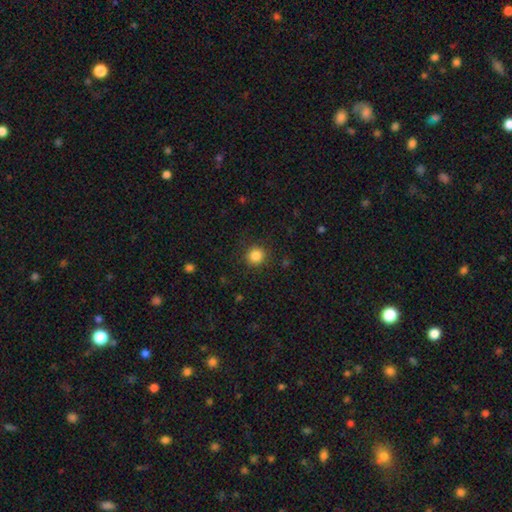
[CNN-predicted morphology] smooth_or_featured: smooth (p=0.85) [alt: star or artifact p=0.11]
how_rounded: round (p=0.92) [alt: in between p=0.07]
merging: none (p=0.89) [alt: minor disturbance p=0.07]